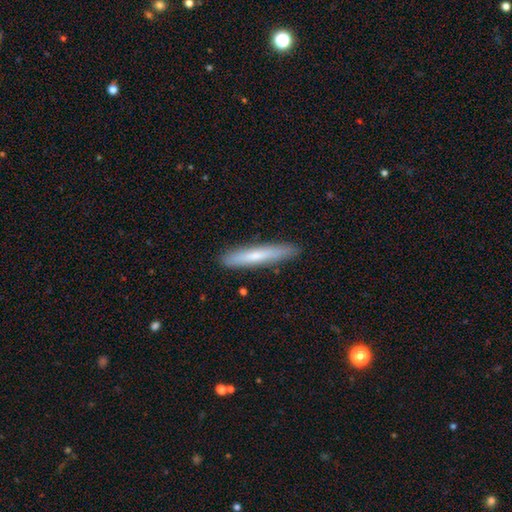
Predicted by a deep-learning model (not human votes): This appears to be a smooth galaxy with no disk features (64%) that is cigar-shaped (93%). Merging: none (87%).